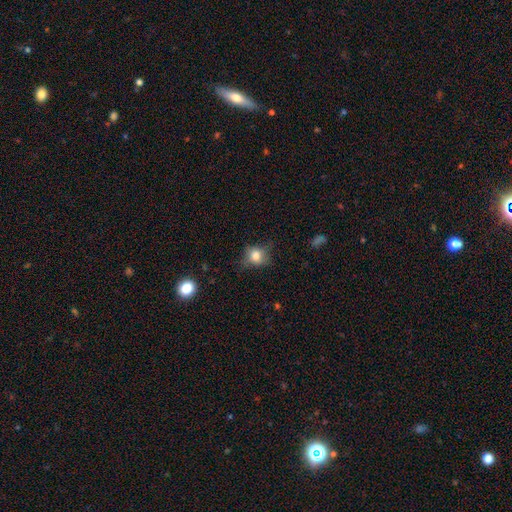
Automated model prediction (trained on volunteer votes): smooth_or_featured: smooth (p=0.75) [alt: featured or disk p=0.14]
how_rounded: round (p=0.63) [alt: in between p=0.35]
merging: none (p=0.62) [alt: minor disturbance p=0.26]